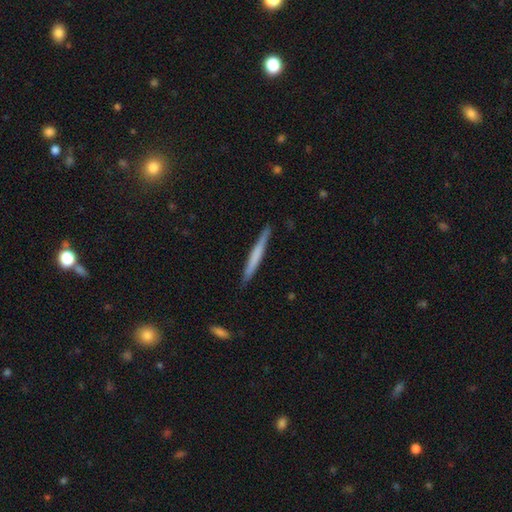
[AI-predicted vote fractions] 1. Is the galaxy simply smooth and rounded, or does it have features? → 54% smooth, 41% featured or disk, 5% star or artifact.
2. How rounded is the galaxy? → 97% cigar-shaped, 2% in between, 1% round.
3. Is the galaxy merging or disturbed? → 89% none, 8% minor disturbance, 1% major disturbance, 1% merger.